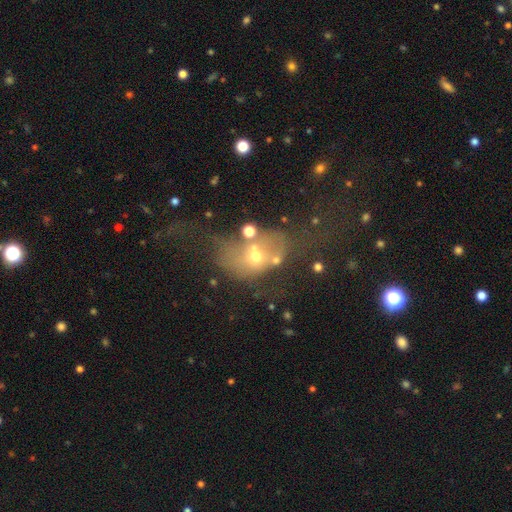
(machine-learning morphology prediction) Smooth or featured? Predicted: smooth (p=0.43). Merging? Predicted: major disturbance (p=0.34).